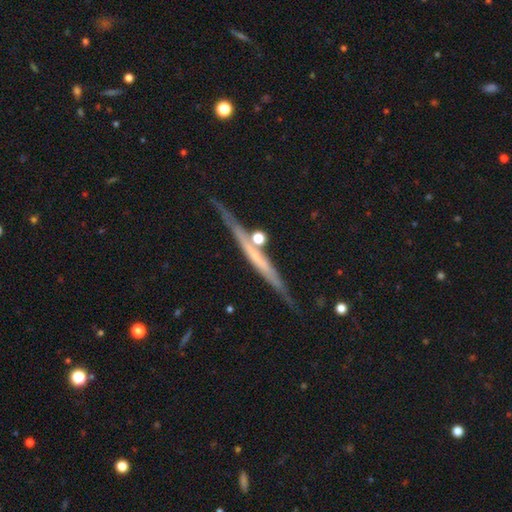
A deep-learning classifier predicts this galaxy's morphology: featured or disk 68%, smooth 25%, star or artifact 7%. Down the decision tree: edge-on disk — yes (96%); edge-on bulge — none (76%); merging — none (80%).